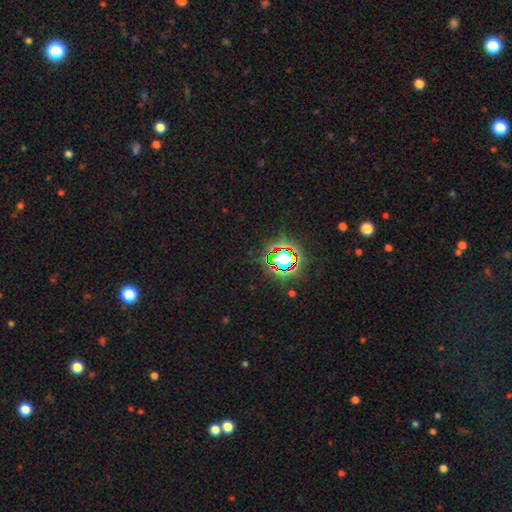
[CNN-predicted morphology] smooth_or_featured: star or artifact (p=0.79) [alt: smooth p=0.13]